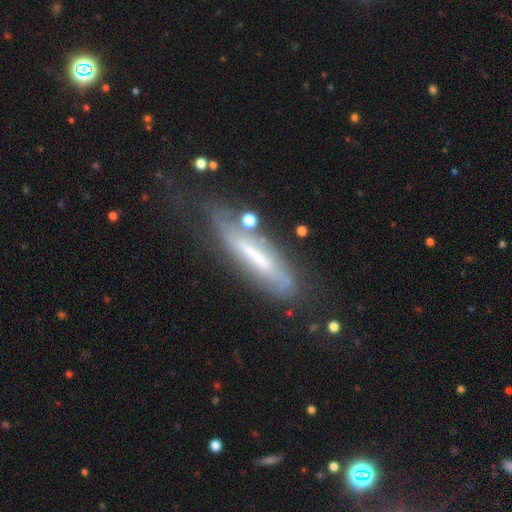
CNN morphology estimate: type=featured or disk (63%); edge-on=yes (56%); merging=none (54%).